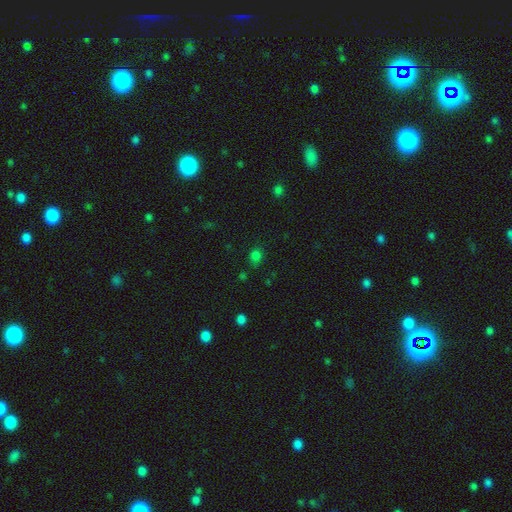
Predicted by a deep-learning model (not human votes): Smooth or featured: smooth — 75% (star or artifact — 20%)
How rounded: round — 55% (in between — 43%)
Merging: none — 76% (minor disturbance — 17%)